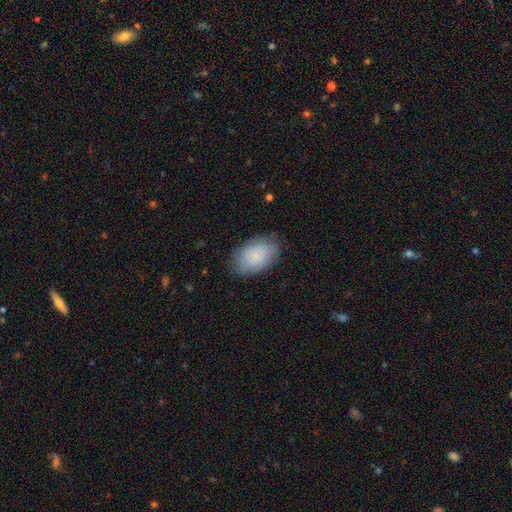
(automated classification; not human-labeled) smooth 80%, featured or disk 13%, star or artifact 7%. Down the decision tree: how rounded — in between (90%); merging — none (79%).